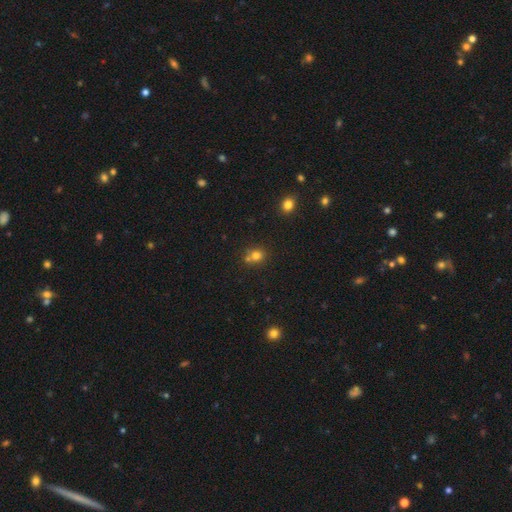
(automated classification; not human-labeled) Overall: smooth (75%). How rounded: round (77%). Merging: none (54%; merger 32%).